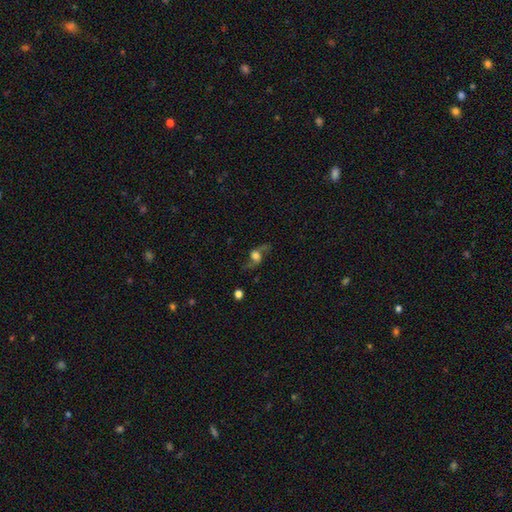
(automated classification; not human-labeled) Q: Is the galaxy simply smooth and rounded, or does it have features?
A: featured or disk — 65%.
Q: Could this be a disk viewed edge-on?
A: no — 85%.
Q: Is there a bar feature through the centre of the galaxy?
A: no — 65%.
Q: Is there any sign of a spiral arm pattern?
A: yes — 89%.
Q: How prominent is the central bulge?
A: large — 42%.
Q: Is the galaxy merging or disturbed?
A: none — 67%.